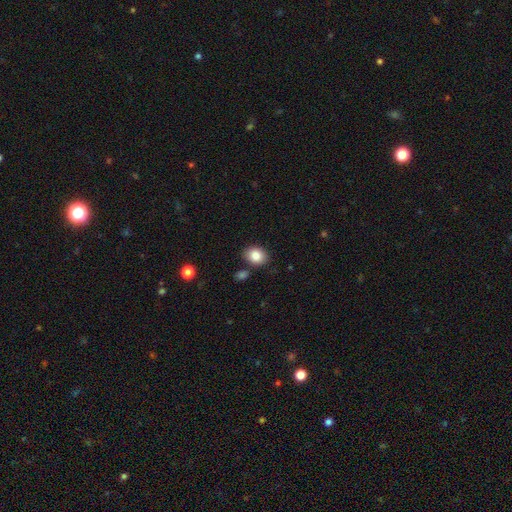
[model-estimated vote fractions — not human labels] This appears to be a smooth galaxy with no disk features (85%) that is in between round and cigar-shaped (56%). Merging: none (82%).